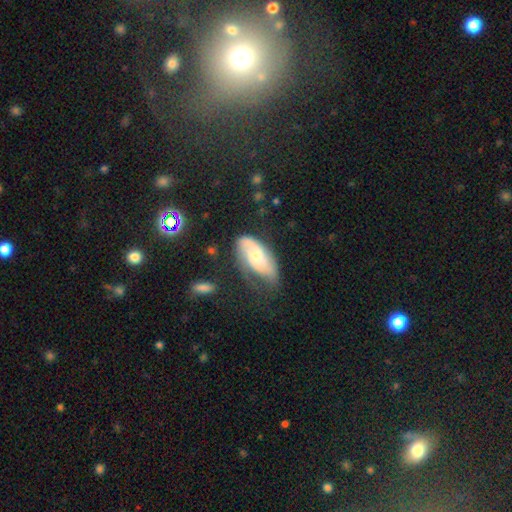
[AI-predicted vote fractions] Smooth or featured? featured or disk (63%)
Edge-on disk? no (94%)
Bar? no (64%)
Spiral arms? yes (87%)
Spiral winding? medium (42%)
Spiral arm count? 2 (57%)
Bulge size? small (44%, tied with moderate)
Merging? none (47%)